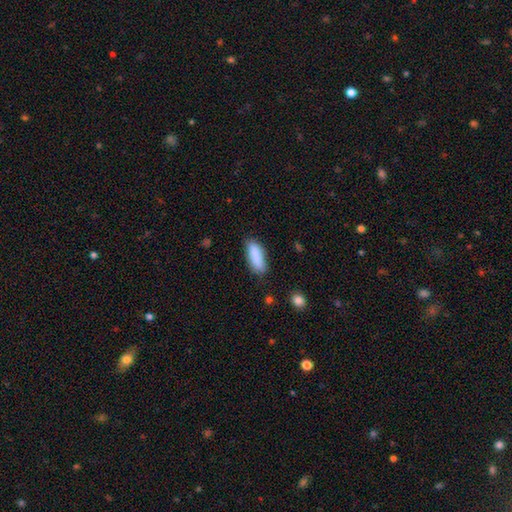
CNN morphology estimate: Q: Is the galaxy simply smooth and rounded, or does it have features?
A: smooth — 88%.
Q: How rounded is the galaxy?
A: in between — 67%.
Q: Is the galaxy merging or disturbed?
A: none — 79%.